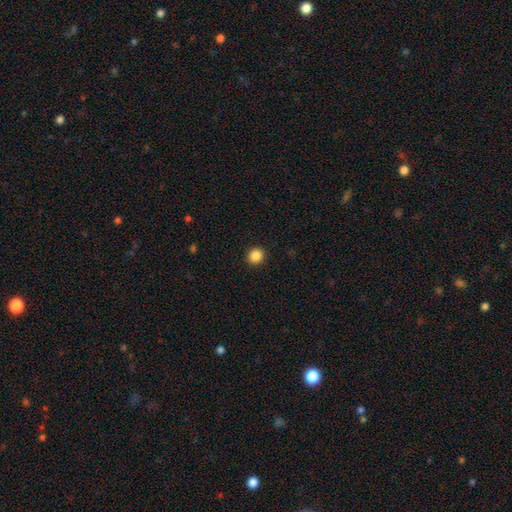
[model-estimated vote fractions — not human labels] smooth 87%, star or artifact 10%, featured or disk 3%. Down the decision tree: how rounded — round (89%); merging — none (92%).